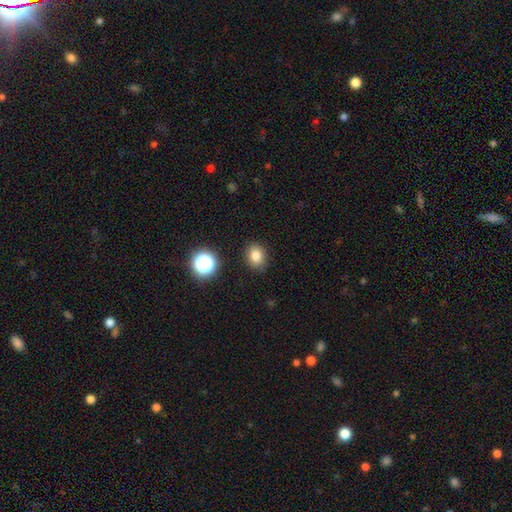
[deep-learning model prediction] Smooth or featured? Predicted: smooth (p=0.81). How rounded? Predicted: in between (p=0.51). Merging? Predicted: none (p=0.87).